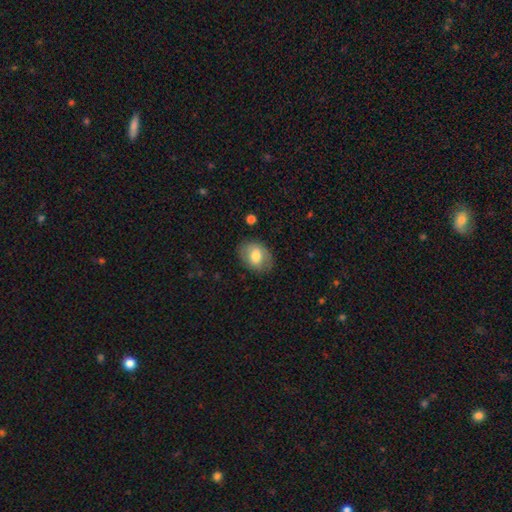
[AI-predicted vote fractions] Smooth or featured: smooth — 69% (featured or disk — 24%)
How rounded: in between — 71% (round — 28%)
Merging: none — 79% (minor disturbance — 15%)